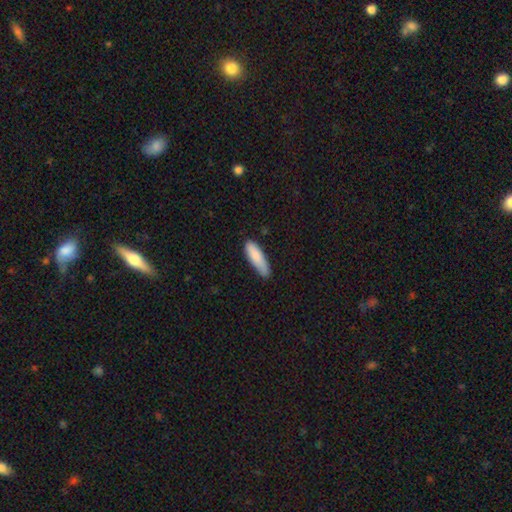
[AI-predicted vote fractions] smooth-or-featured: smooth: 86% | featured or disk: 9% | star or artifact: 6%
  how-rounded: cigar-shaped: 58% | in between: 41% | round: 1%
  merging: none: 74% | minor disturbance: 21% | major disturbance: 3% | merger: 2%